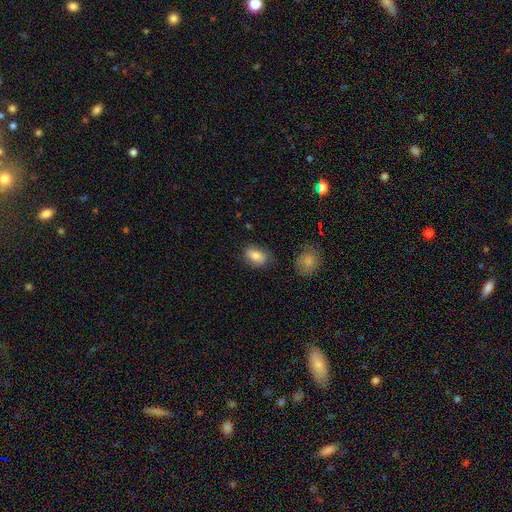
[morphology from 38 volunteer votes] Smooth or featured: smooth — 76% (featured or disk — 16%)
How rounded: in between — 86% (round — 7%)
Merging: none — 71% (minor disturbance — 23%)